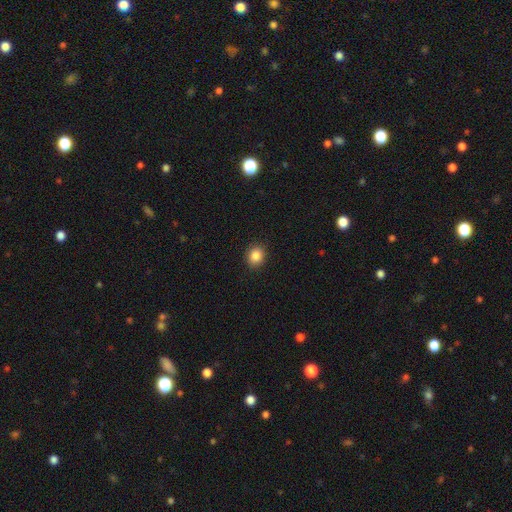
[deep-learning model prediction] Overall: smooth (86%). How rounded: round (73%). Merging: none (90%).